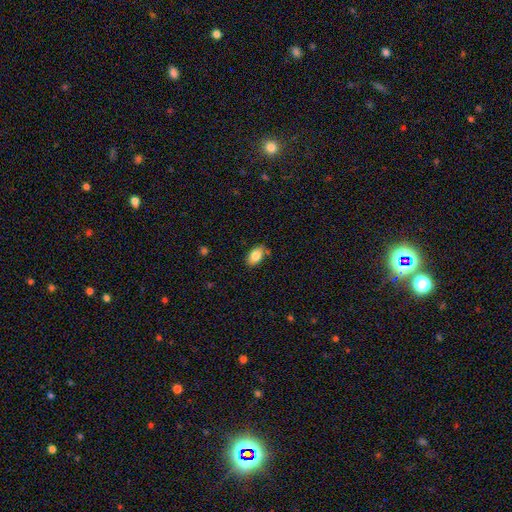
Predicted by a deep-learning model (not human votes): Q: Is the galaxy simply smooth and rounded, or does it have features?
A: smooth — 84%.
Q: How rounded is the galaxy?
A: in between — 89%.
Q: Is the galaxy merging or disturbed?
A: none — 79%.